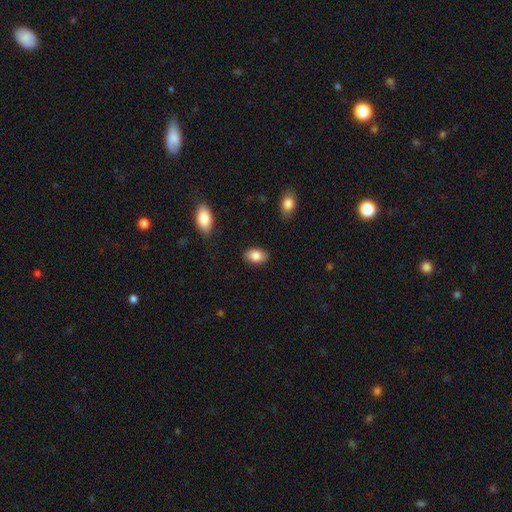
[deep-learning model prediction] Smooth or featured?
  - smooth: 85% *
  - featured or disk: 8%
  - star or artifact: 7%
How rounded?
  - in between: 89% *
  - round: 9%
  - cigar-shaped: 1%
Merging?
  - none: 86% *
  - minor disturbance: 11%
  - major disturbance: 2%
  - merger: 1%